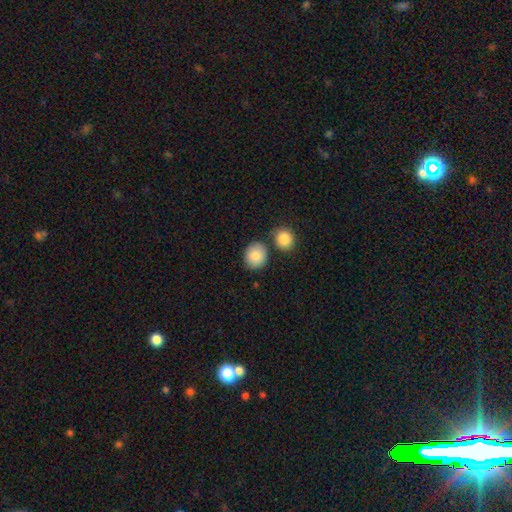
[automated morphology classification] A smooth galaxy with no disk features (86%) that is round (70%). Merging: none (72%).